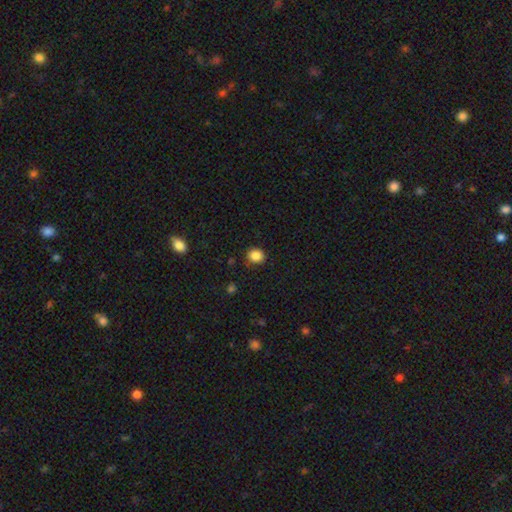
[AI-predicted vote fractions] Morphology: type=smooth (86%); roundness=round (74%); merging=none (88%).